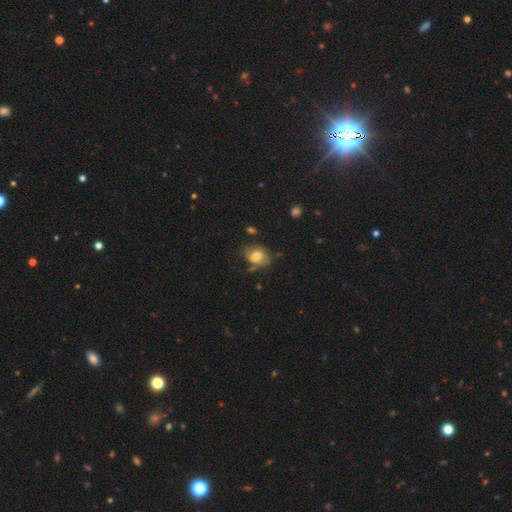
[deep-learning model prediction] Smooth or featured? Predicted: smooth (p=0.66). How rounded? Predicted: in between (p=0.69). Merging? Predicted: none (p=0.48).